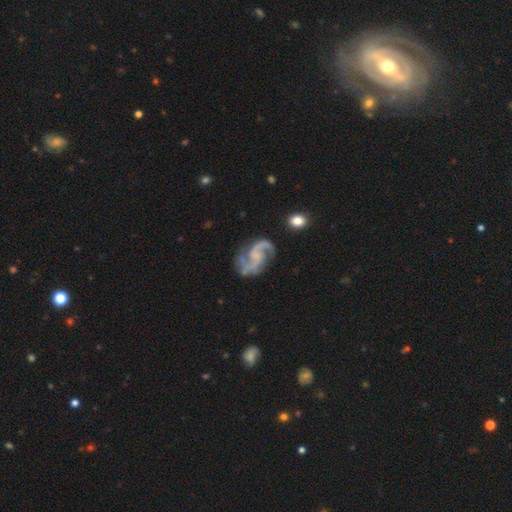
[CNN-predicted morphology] smooth_or_featured: featured or disk (p=0.90) [alt: smooth p=0.05]
disk_edge_on: no (p=0.98) [alt: yes p=0.02]
bar: no (p=0.47) [alt: weak p=0.41]
has_spiral_arms: yes (p=0.97) [alt: no p=0.03]
spiral_winding: loose (p=0.45) [tied with: medium p=0.45]
spiral_arm_count: 2 (p=0.91) [alt: can't tell p=0.02]
bulge_size: none (p=0.55) [alt: small p=0.30]
merging: none (p=0.69) [alt: minor disturbance p=0.18]